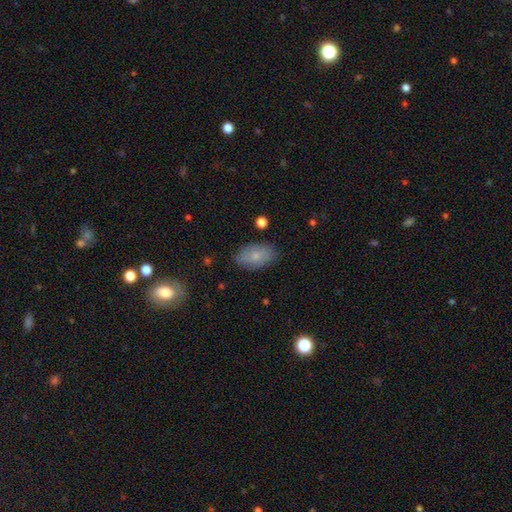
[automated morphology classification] Q: Smooth or featured?
A: smooth (76%); runner-up: featured or disk (17%)
Q: How rounded?
A: in between (93%); runner-up: round (5%)
Q: Merging?
A: none (82%); runner-up: minor disturbance (13%)